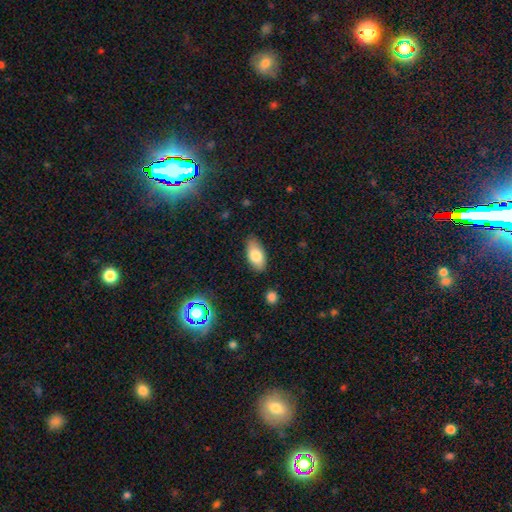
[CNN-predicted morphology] Smooth or featured? smooth (79%)
How rounded? in between (91%)
Merging? none (82%)